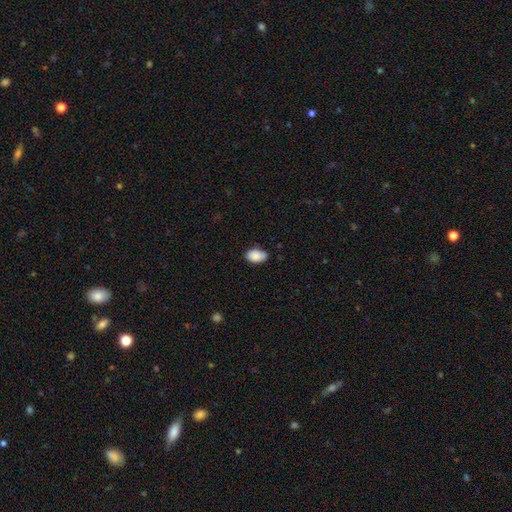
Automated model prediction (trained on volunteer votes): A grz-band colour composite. It shows a smooth galaxy with no disk features (88%) that is in between round and cigar-shaped (90%). Merging: none (74%).